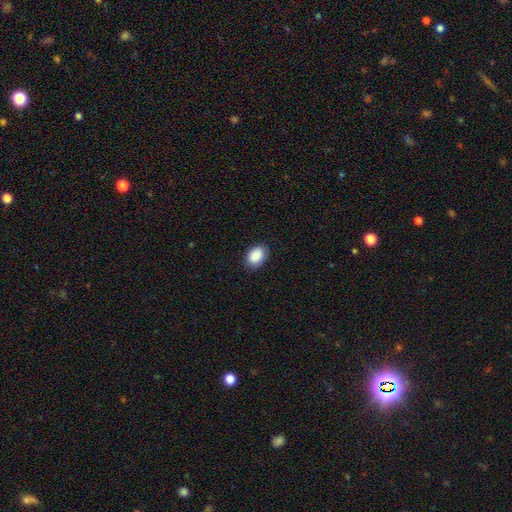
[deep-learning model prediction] A smooth galaxy with no disk features (90%) that is in between round and cigar-shaped (81%).

Vote fractions:
- Smooth or featured? smooth: 90% / star or artifact: 7% / featured or disk: 3%
- How rounded? in between: 81% / round: 18% / cigar-shaped: 1%
- Merging? none: 86% / minor disturbance: 11% / major disturbance: 2% / merger: 1%